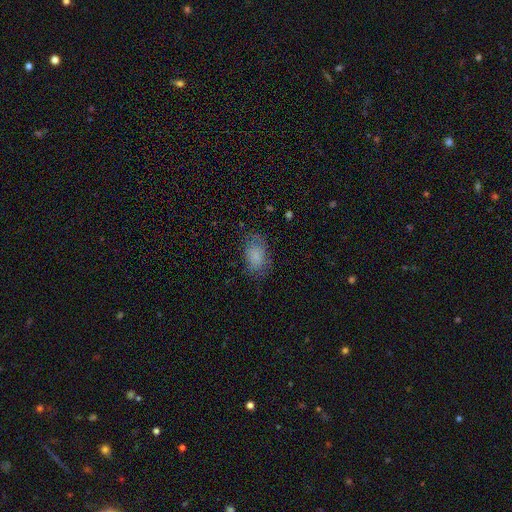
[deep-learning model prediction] Smooth or featured?
  - smooth: 76% *
  - featured or disk: 14%
  - star or artifact: 10%
How rounded?
  - in between: 87% *
  - round: 11%
  - cigar-shaped: 2%
Merging?
  - none: 66% *
  - minor disturbance: 22%
  - major disturbance: 10%
  - merger: 1%